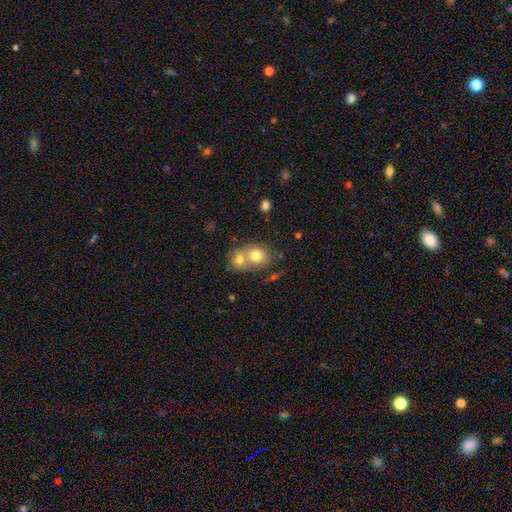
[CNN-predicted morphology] Smooth or featured? smooth (73%)
How rounded? round (69%)
Merging? merger (62%)